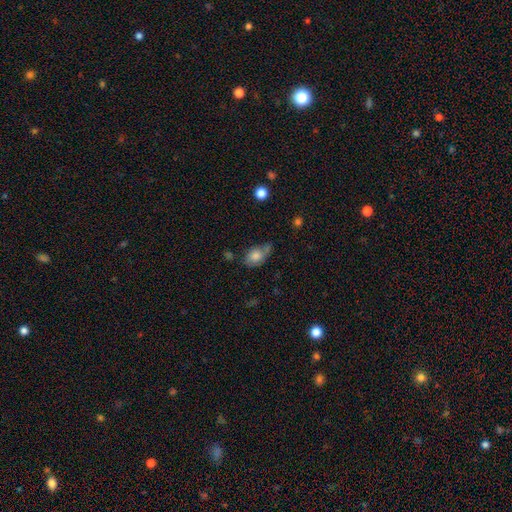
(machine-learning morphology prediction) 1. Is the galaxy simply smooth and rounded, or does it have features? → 73% smooth, 18% featured or disk, 9% star or artifact.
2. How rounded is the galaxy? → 81% in between, 17% round, 2% cigar-shaped.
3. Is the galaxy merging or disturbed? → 42% none, 35% minor disturbance, 14% major disturbance, 9% merger.